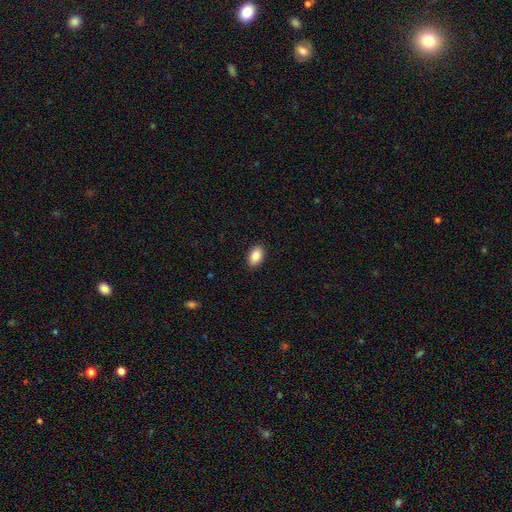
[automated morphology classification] The model was most divided on "smooth or featured": smooth: 88%, star or artifact: 7%, featured or disk: 5%. More confident: how rounded — in between (92%); merging — none (90%).